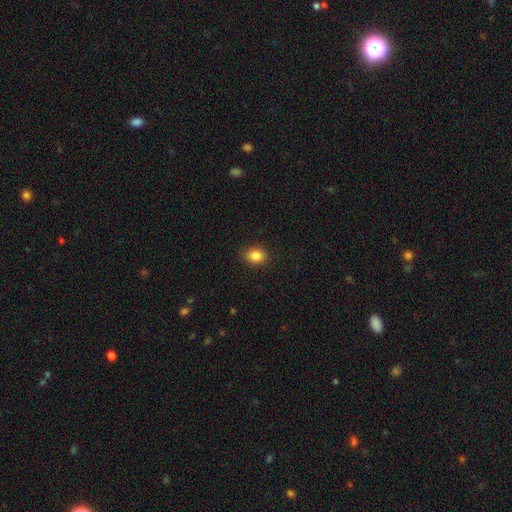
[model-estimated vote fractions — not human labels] smooth 86%, star or artifact 10%, featured or disk 5%. Down the decision tree: how rounded — in between (60%); merging — none (89%).